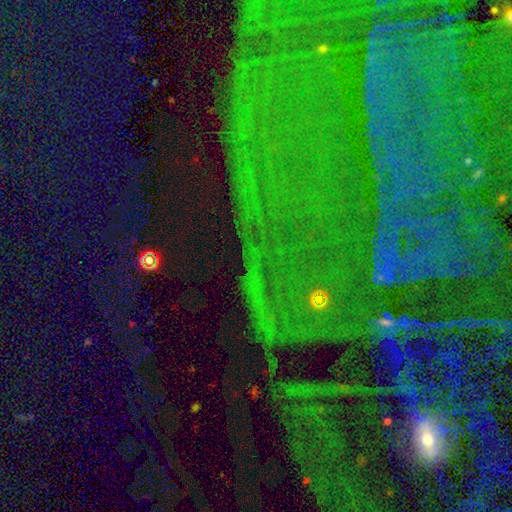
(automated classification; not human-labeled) Overall: star or artifact (84%).